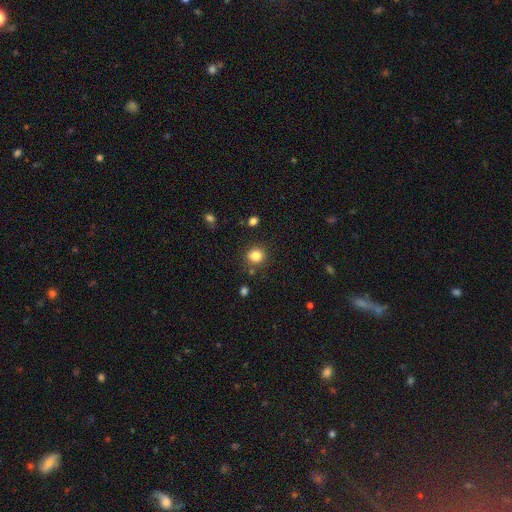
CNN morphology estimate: A smooth galaxy with no disk features (83%) that is round (83%). Merging: none (83%).